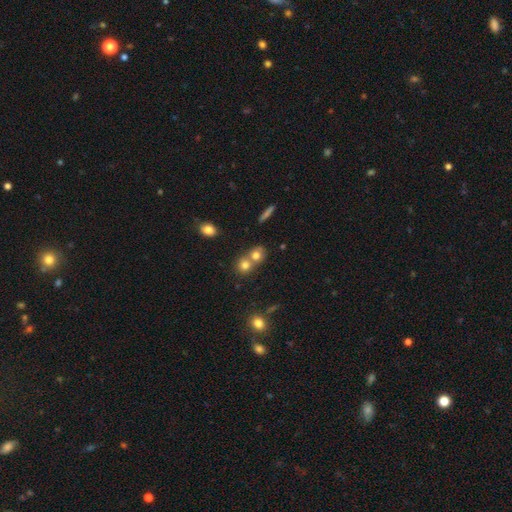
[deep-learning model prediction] smooth 73%, star or artifact 14%, featured or disk 13%. Down the decision tree: how rounded — round (80%); merging — merger (51%).